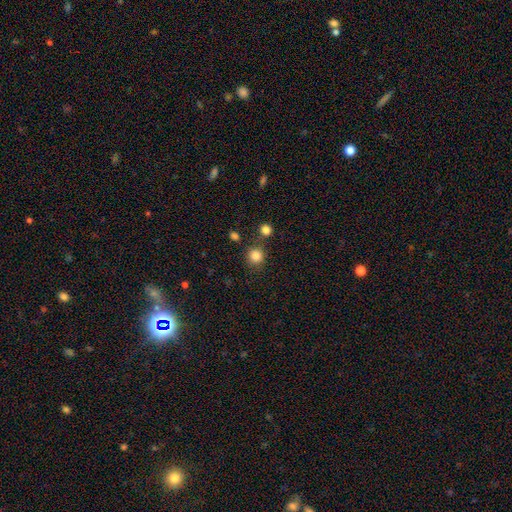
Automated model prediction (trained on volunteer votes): Smooth or featured?
  - smooth: 84% *
  - star or artifact: 12%
  - featured or disk: 4%
How rounded?
  - round: 90% *
  - in between: 9%
  - cigar-shaped: 1%
Merging?
  - none: 78% *
  - minor disturbance: 9%
  - merger: 9%
  - major disturbance: 3%